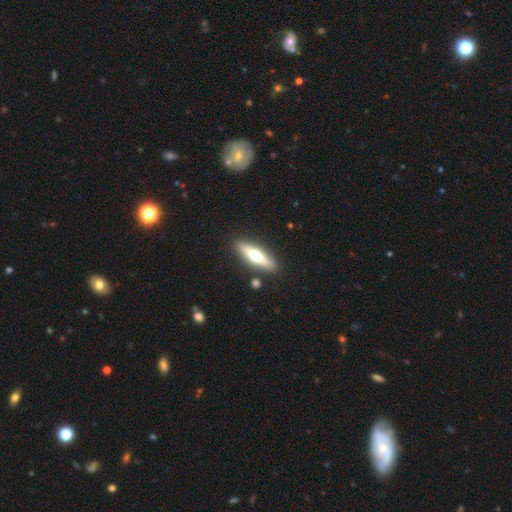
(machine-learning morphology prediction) A featured or disk galaxy (48%). Merging: none (87%).